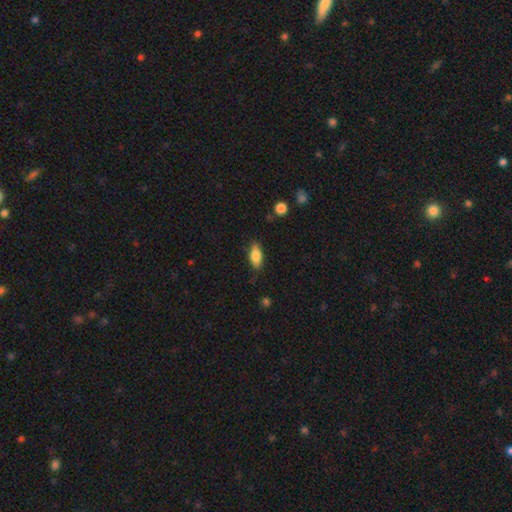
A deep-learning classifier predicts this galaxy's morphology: A smooth galaxy with no disk features (80%) that is in between round and cigar-shaped (82%).

Vote fractions:
- Smooth or featured? smooth: 80% / featured or disk: 13% / star or artifact: 7%
- How rounded? in between: 82% / cigar-shaped: 15% / round: 3%
- Merging? none: 82% / minor disturbance: 14% / major disturbance: 3% / merger: 1%